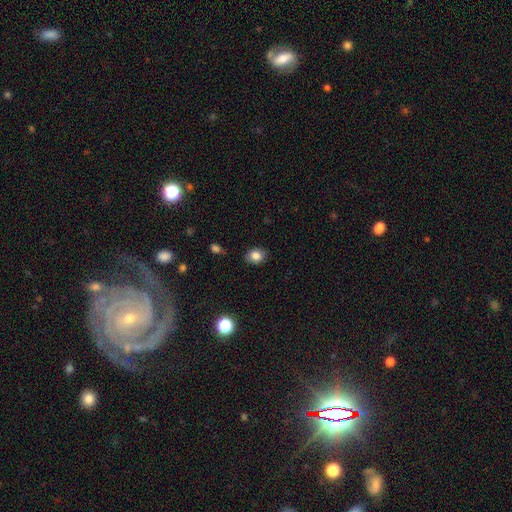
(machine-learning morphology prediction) The model was most divided on "how rounded": in between: 52%, round: 47%, cigar-shaped: 1%. More confident: smooth or featured — smooth (83%); merging — none (82%).